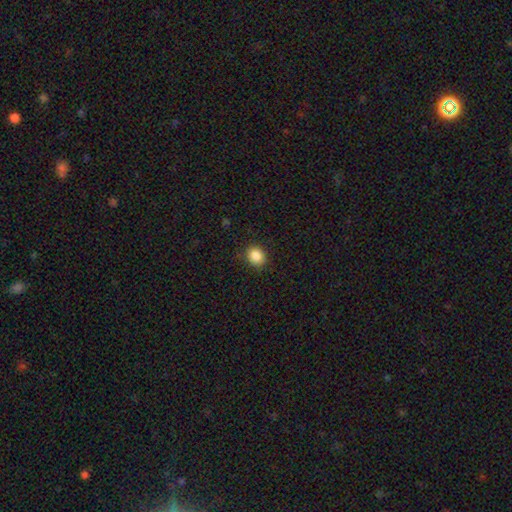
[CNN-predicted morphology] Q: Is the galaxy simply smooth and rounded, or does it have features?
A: smooth — 87%.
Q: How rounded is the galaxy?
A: round — 66%.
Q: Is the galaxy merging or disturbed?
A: none — 87%.